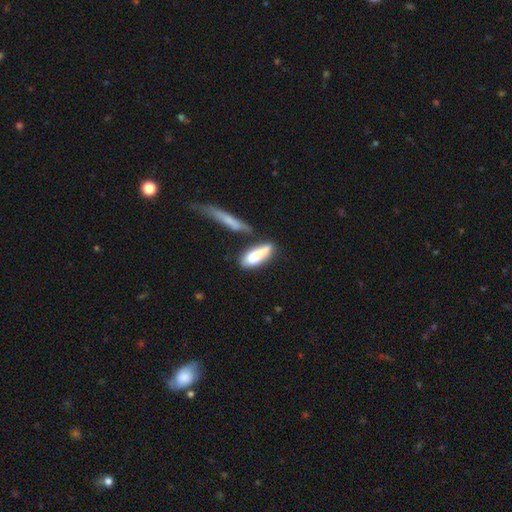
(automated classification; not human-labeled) Overall: smooth (74%). How rounded: in between (50%; cigar-shaped 47%). Merging: none (37%; merger 28%).